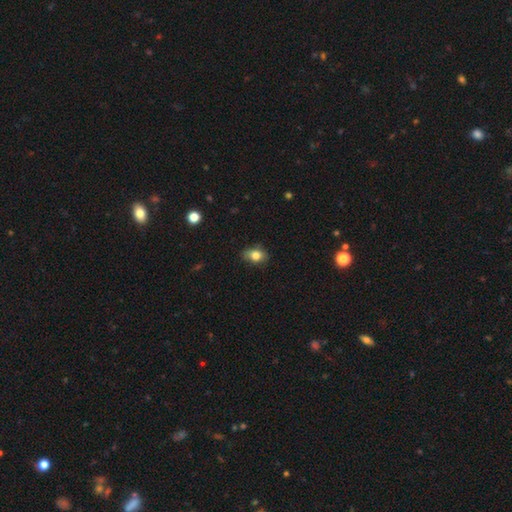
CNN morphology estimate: Smooth or featured: smooth — 79% (featured or disk — 12%)
How rounded: in between — 75% (round — 23%)
Merging: none — 74% (minor disturbance — 21%)